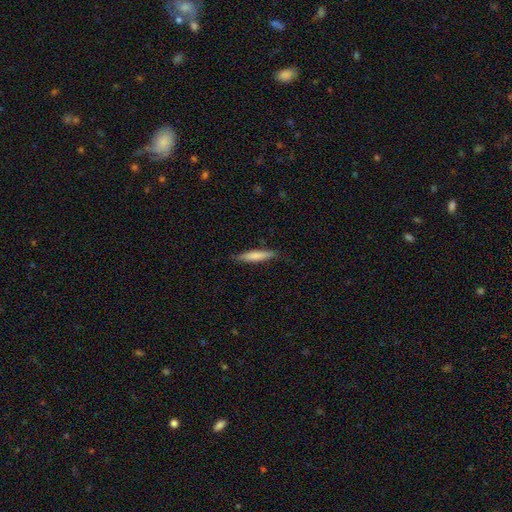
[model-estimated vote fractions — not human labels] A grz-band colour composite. It shows a smooth galaxy with no disk features (75%) that is cigar-shaped (87%). Merging: none (84%).